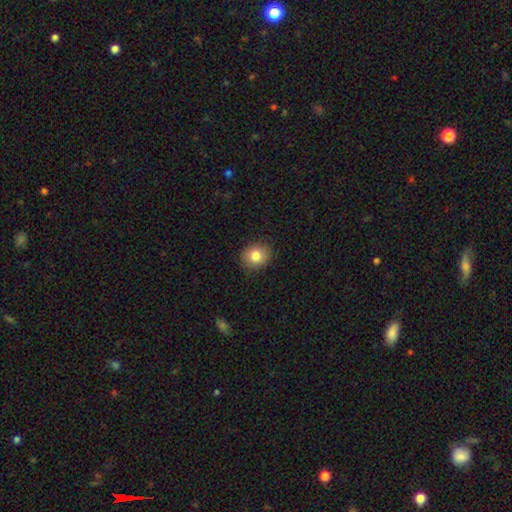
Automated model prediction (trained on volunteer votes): A smooth galaxy with no disk features (82%) that is round (69%).

Vote fractions:
- Smooth or featured? smooth: 82% / star or artifact: 9% / featured or disk: 8%
- How rounded? round: 69% / in between: 31% / cigar-shaped: 1%
- Merging? none: 87% / minor disturbance: 10% / major disturbance: 2% / merger: 1%